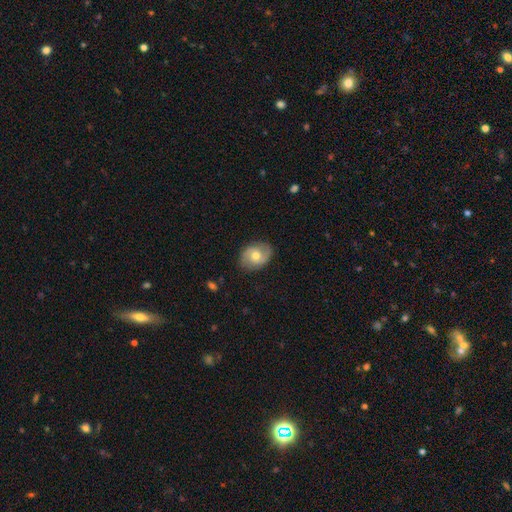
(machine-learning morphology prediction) featured or disk 57%, smooth 36%, star or artifact 7%. Down the decision tree: edge-on disk — no (96%); bar — no (69%); spiral arms — yes (84%); bulge size — moderate (73%); merging — none (81%).